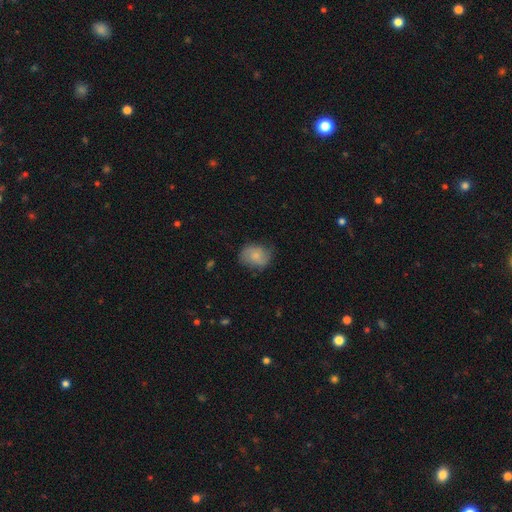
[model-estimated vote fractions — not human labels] This is possibly a smooth galaxy (58%). How rounded: possibly in between (51%). Merging: likely none (67%).